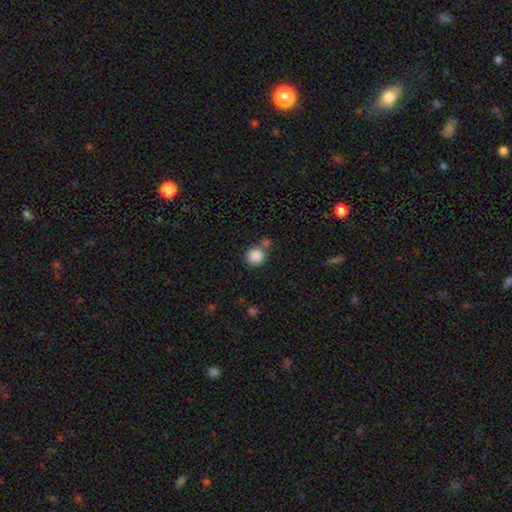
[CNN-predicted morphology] Smooth or featured? smooth (87%)
How rounded? round (91%)
Merging? none (64%)